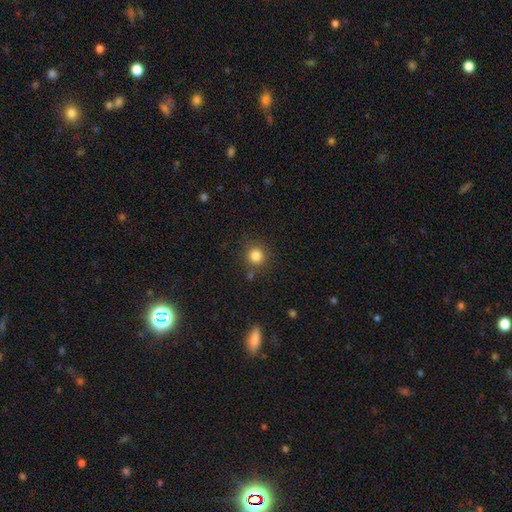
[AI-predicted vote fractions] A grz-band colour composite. It shows a smooth galaxy with no disk features (83%) that is round (92%). Merging: none (82%).